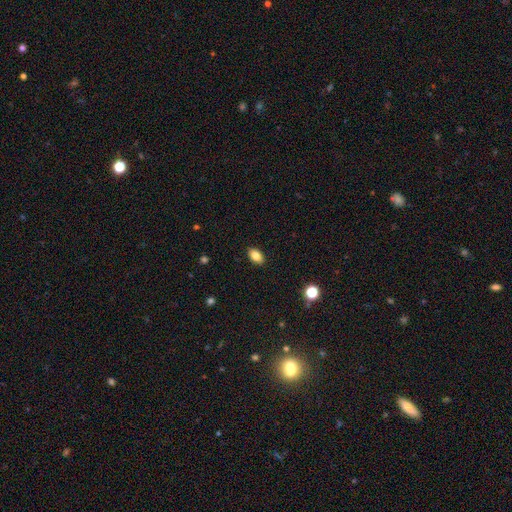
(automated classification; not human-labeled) Smooth or featured? Predicted: smooth (p=0.83). How rounded? Predicted: in between (p=0.90). Merging? Predicted: none (p=0.89).